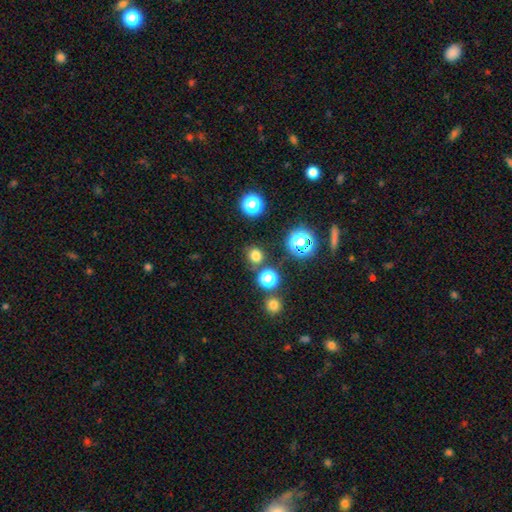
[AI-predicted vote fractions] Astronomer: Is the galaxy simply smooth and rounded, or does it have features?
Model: smooth — 72%.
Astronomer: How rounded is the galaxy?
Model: round — 84%.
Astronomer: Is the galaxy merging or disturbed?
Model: none — 81%.